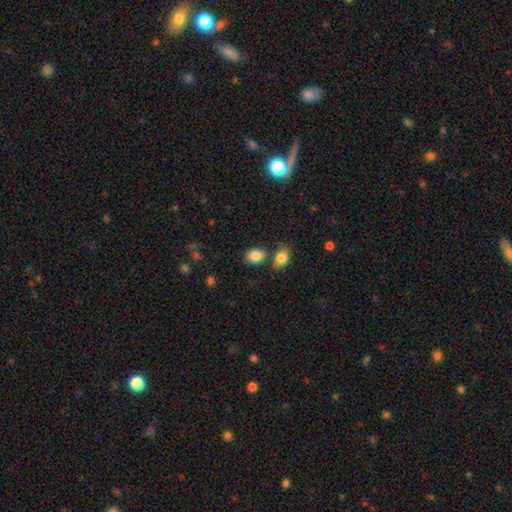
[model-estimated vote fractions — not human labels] This appears to be a smooth galaxy with no disk features (86%) that is in between round and cigar-shaped (76%). Merging: none (70%).